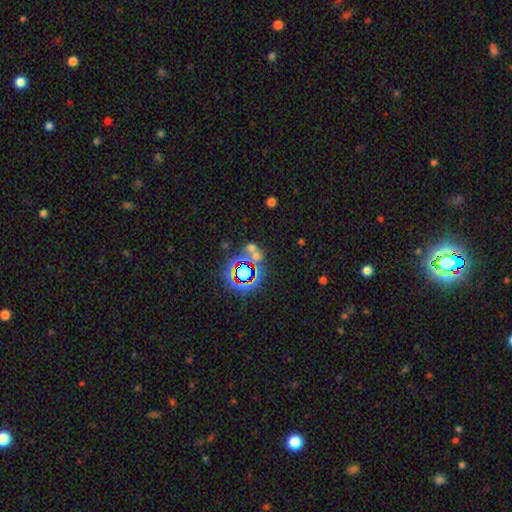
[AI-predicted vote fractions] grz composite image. It shows a star or artifact, not a galaxy (46%).